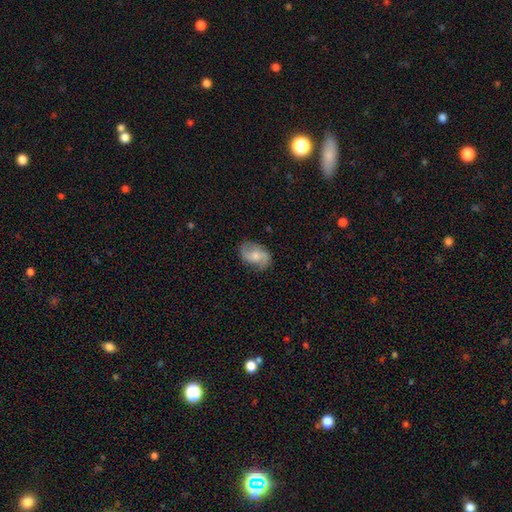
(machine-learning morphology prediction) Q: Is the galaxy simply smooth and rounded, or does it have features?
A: featured or disk — 57%.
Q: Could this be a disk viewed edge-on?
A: no — 96%.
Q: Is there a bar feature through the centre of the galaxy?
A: no — 57%.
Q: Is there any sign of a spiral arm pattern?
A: yes — 86%.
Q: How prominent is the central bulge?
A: moderate — 52%.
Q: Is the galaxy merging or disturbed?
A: none — 74%.